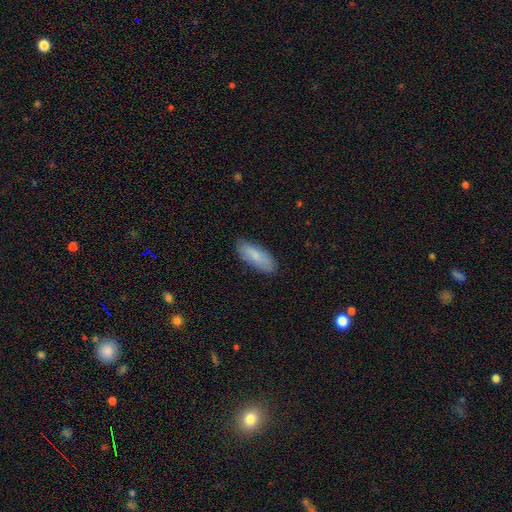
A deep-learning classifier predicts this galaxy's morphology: Smooth or featured: smooth — 83% (featured or disk — 11%)
How rounded: in between — 66% (cigar-shaped — 33%)
Merging: none — 85% (minor disturbance — 12%)